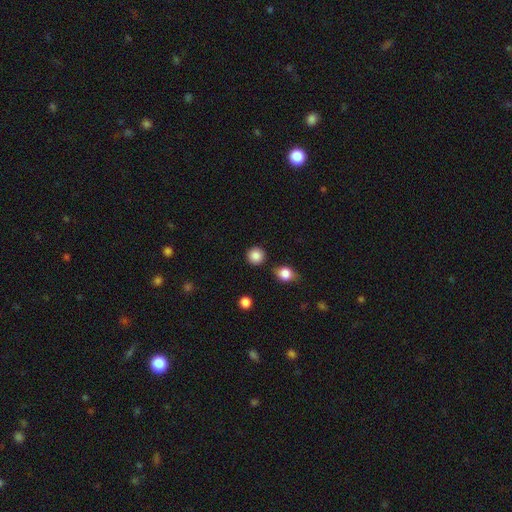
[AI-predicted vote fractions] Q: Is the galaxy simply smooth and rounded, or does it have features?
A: smooth — 87%.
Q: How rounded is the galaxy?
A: round — 93%.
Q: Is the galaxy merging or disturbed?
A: none — 87%.